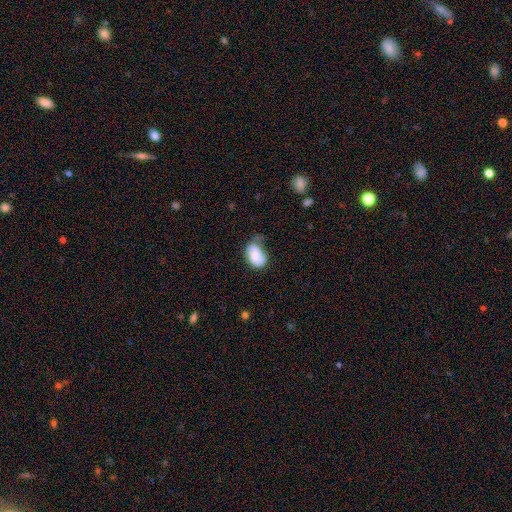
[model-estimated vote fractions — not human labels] Smooth or featured? Predicted: smooth (p=0.58). How rounded? Predicted: in between (p=0.83). Merging? Predicted: minor disturbance (p=0.40).